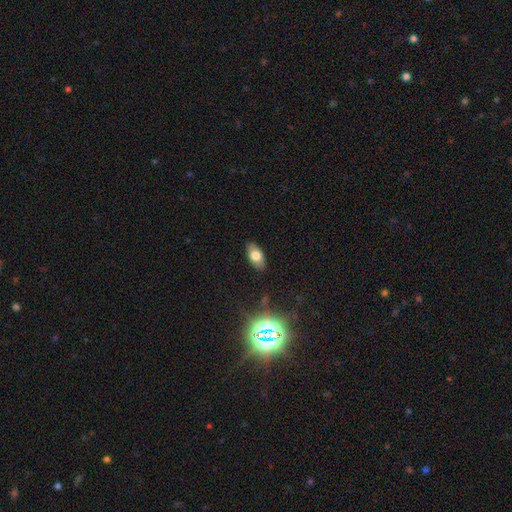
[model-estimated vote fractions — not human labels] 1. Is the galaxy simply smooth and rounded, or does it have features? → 71% smooth, 18% featured or disk, 11% star or artifact.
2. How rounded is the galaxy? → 91% in between, 5% round, 3% cigar-shaped.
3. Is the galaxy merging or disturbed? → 85% none, 11% minor disturbance, 2% major disturbance, 1% merger.